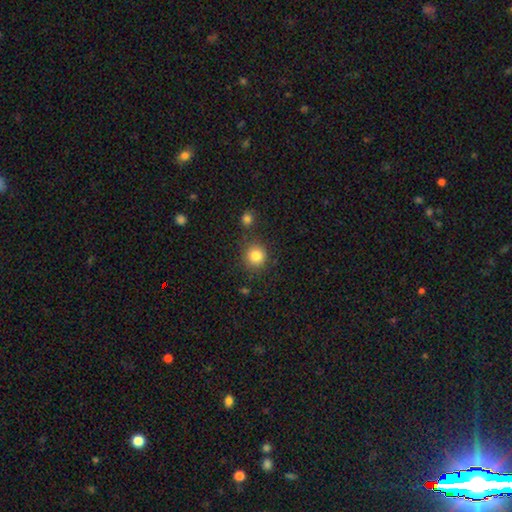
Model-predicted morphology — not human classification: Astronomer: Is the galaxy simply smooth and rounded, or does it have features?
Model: smooth — 84%.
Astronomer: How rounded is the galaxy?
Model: round — 91%.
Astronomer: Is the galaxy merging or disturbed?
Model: none — 82%.